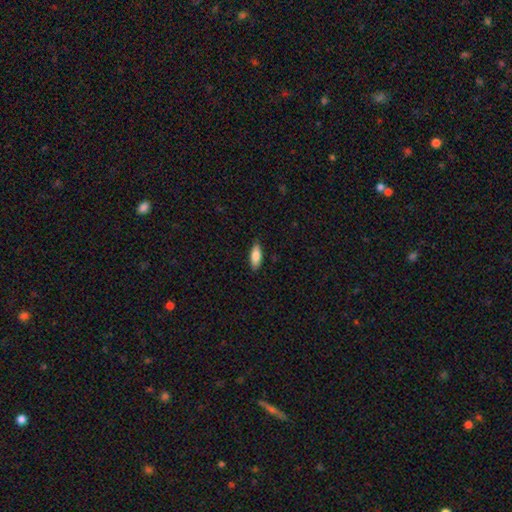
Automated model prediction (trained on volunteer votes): Overall: smooth (83%). How rounded: in between (70%). Merging: none (87%).